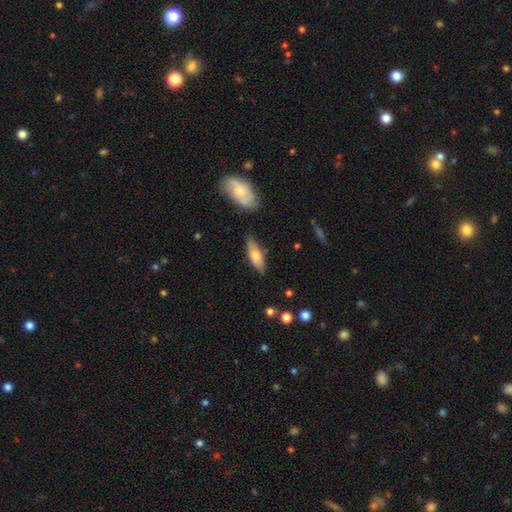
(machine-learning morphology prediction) Smooth or featured? Predicted: smooth (p=0.68). How rounded? Predicted: in between (p=0.62). Merging? Predicted: none (p=0.78).